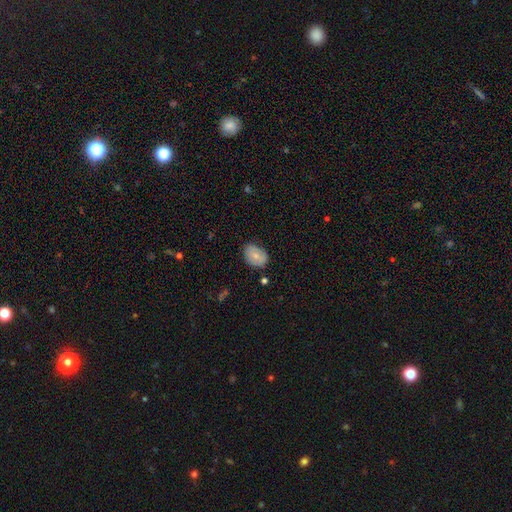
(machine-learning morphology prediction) smooth 71%, featured or disk 22%, star or artifact 8%. Down the decision tree: how rounded — in between (71%); merging — none (69%).